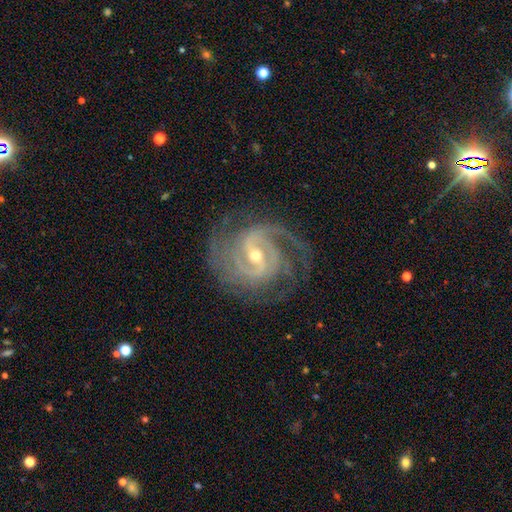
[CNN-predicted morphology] A featured or disk galaxy (93%) with a weak bar (46%), 2 (41%) tight (49%) spiral arms (98%) and a small central bulge (54%).

Vote fractions:
- Smooth or featured? featured or disk: 93% / star or artifact: 5% / smooth: 3%
- Edge-on disk? no: 97% / yes: 3%
- Bar? weak: 46% / strong: 38% / no: 16%
- Spiral arms? yes: 98% / no: 2%
- Spiral winding? tight: 49% / medium: 44% / loose: 7%
- Spiral arm count? 2: 41% / 3: 26% / can't tell: 12% / 4: 10% / more than 4: 6% / 1: 5%
- Bulge size? small: 54% / moderate: 43% / large: 1% / none: 1% / dominant: 1%
- Merging? none: 73% / minor disturbance: 16% / major disturbance: 10% / merger: 1%